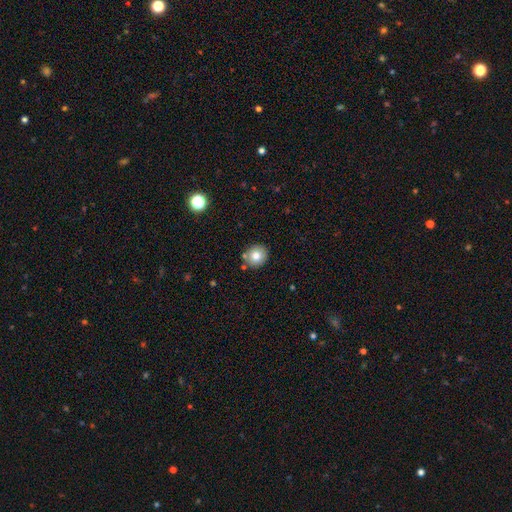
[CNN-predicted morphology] A smooth galaxy with no disk features (78%) that is round (84%). Merging: none (81%).